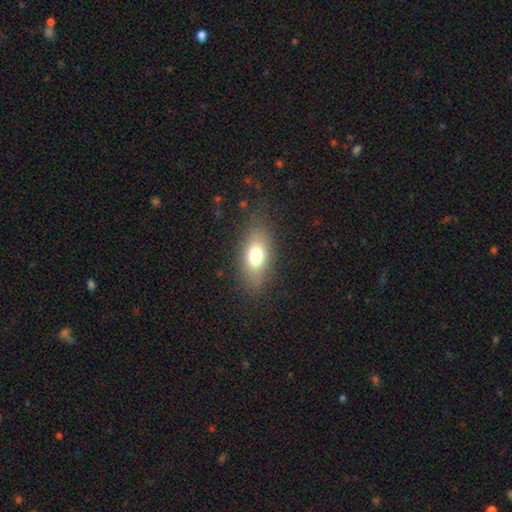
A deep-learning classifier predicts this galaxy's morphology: Smooth or featured?
  - smooth: 72% *
  - featured or disk: 18%
  - star or artifact: 10%
How rounded?
  - in between: 83% *
  - round: 9%
  - cigar-shaped: 8%
Merging?
  - none: 79% *
  - minor disturbance: 14%
  - major disturbance: 6%
  - merger: 1%